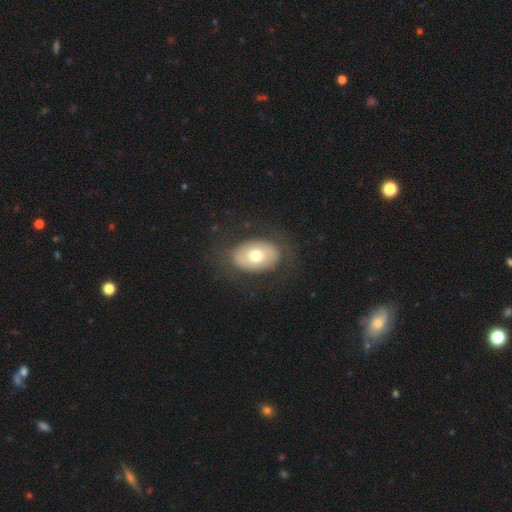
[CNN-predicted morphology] The model was most divided on "smooth or featured": smooth: 64%, featured or disk: 28%, star or artifact: 7%. More confident: how rounded — in between (82%); merging — none (80%).